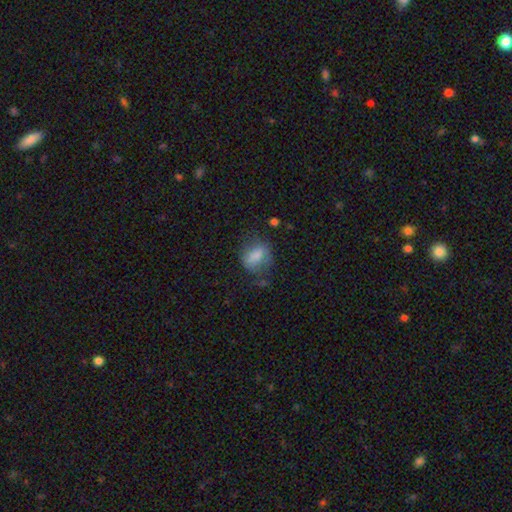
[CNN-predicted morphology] Smooth or featured? Predicted: smooth (p=0.74). How rounded? Predicted: in between (p=0.64). Merging? Predicted: none (p=0.60).